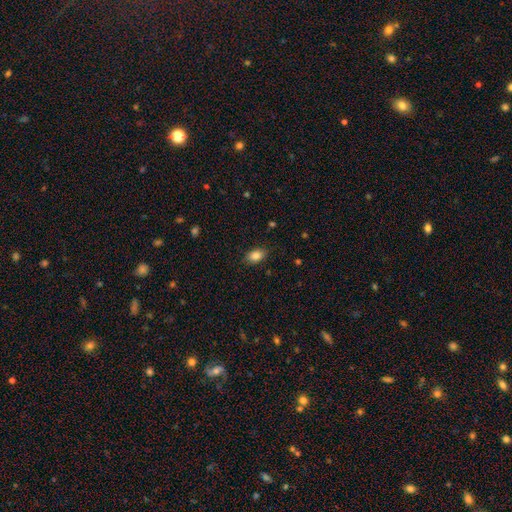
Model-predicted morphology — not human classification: This appears to be a smooth galaxy with no disk features (85%) that is in between round and cigar-shaped (85%). Merging: none (86%).